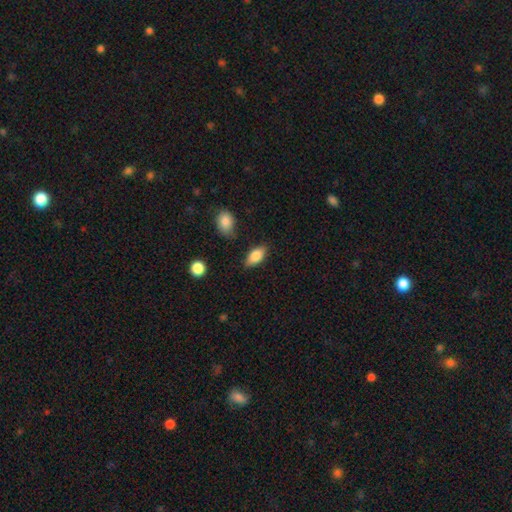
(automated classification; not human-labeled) Q: Smooth or featured?
A: smooth (82%); runner-up: featured or disk (11%)
Q: How rounded?
A: in between (90%); runner-up: cigar-shaped (7%)
Q: Merging?
A: none (82%); runner-up: minor disturbance (13%)